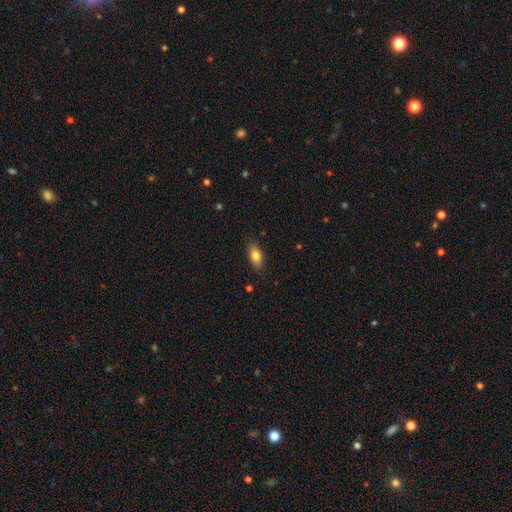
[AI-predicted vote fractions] Smooth or featured? smooth (82%)
How rounded? in between (86%)
Merging? none (85%)